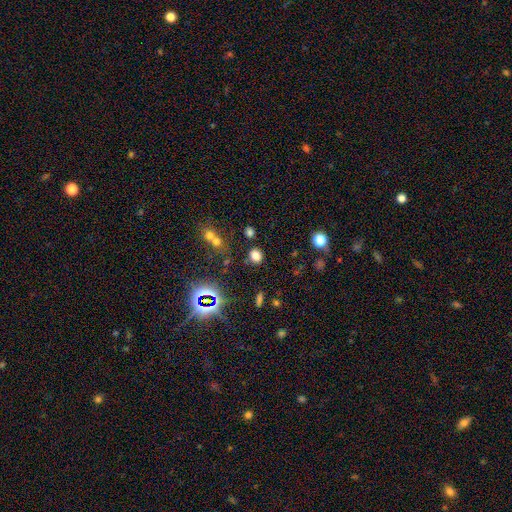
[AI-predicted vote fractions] A smooth galaxy with no disk features (75%) that is round (58%).

Vote fractions:
- Smooth or featured? smooth: 75% / star or artifact: 19% / featured or disk: 6%
- How rounded? round: 58% / in between: 41% / cigar-shaped: 1%
- Merging? none: 82% / minor disturbance: 9% / merger: 5% / major disturbance: 3%